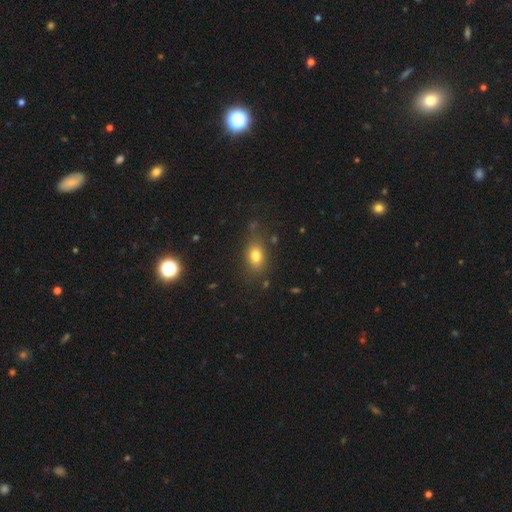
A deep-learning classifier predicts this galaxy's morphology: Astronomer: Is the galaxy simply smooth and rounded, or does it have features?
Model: smooth — 77%.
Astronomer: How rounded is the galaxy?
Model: in between — 74%.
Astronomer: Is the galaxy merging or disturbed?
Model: none — 77%.